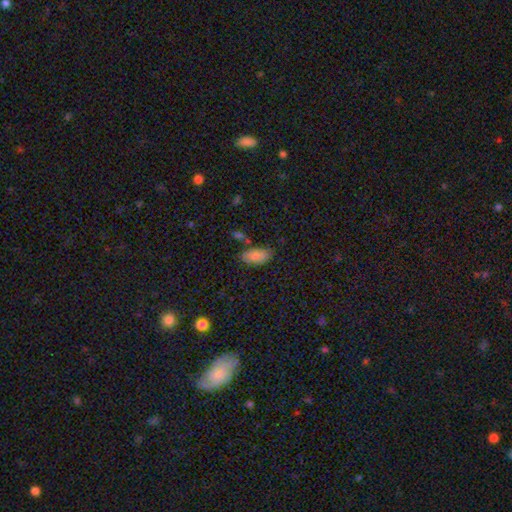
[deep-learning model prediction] This is clearly a smooth galaxy (83%). How rounded: clearly in between (92%). Merging: likely none (72%).